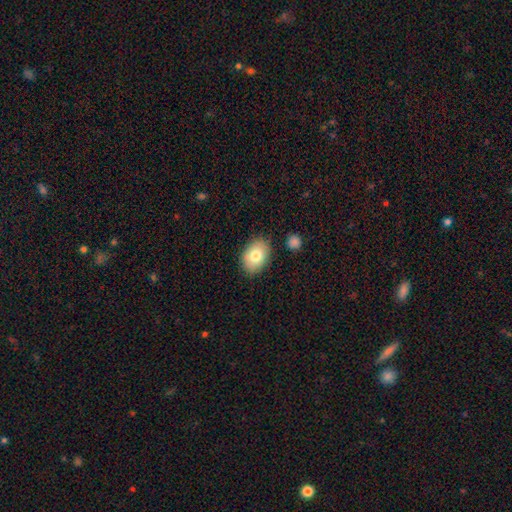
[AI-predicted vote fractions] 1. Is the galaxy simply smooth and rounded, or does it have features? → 79% smooth, 13% featured or disk, 7% star or artifact.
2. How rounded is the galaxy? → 83% in between, 16% round, 1% cigar-shaped.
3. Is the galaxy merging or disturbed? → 84% none, 11% minor disturbance, 3% merger, 3% major disturbance.